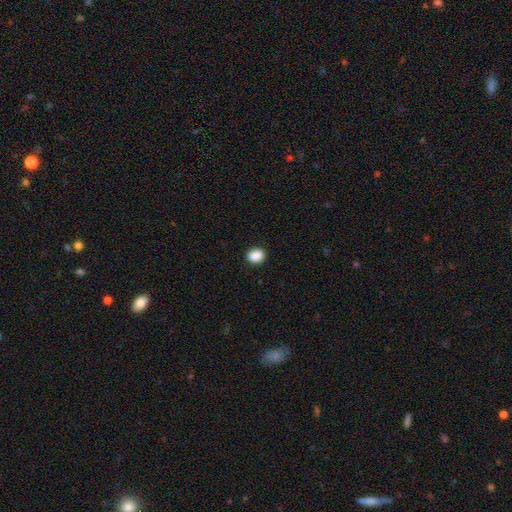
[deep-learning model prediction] The model was most divided on "how rounded": round: 57%, in between: 42%, cigar-shaped: 1%. More confident: merging — none (90%); smooth or featured — smooth (89%).